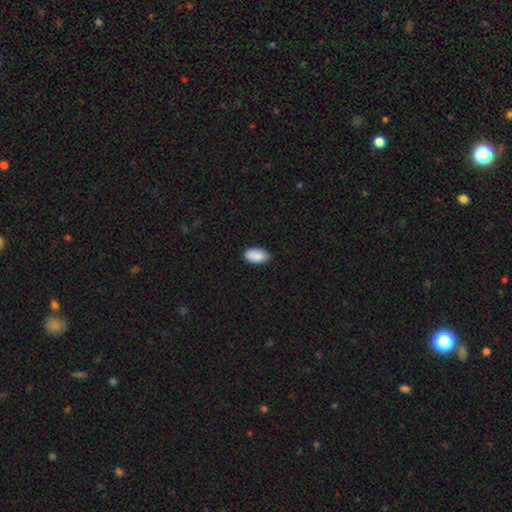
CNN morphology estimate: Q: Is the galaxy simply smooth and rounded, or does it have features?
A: smooth — 89%.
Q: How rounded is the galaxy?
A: in between — 95%.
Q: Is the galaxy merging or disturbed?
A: none — 83%.